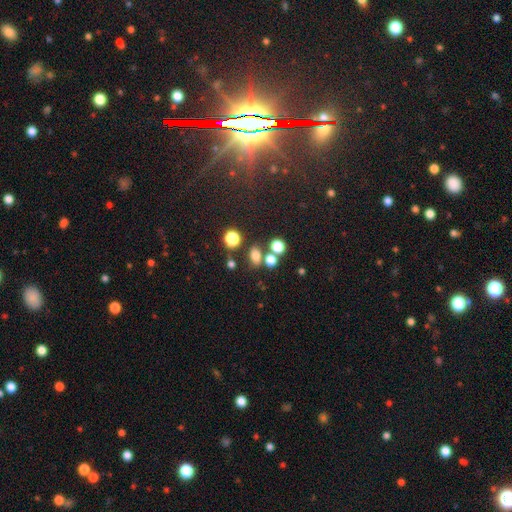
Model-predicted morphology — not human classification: A smooth galaxy with no disk features (72%) that is in between round and cigar-shaped (63%).

Vote fractions:
- Smooth or featured? smooth: 72% / star or artifact: 19% / featured or disk: 9%
- How rounded? in between: 63% / round: 35% / cigar-shaped: 2%
- Merging? none: 65% / merger: 20% / minor disturbance: 11% / major disturbance: 5%